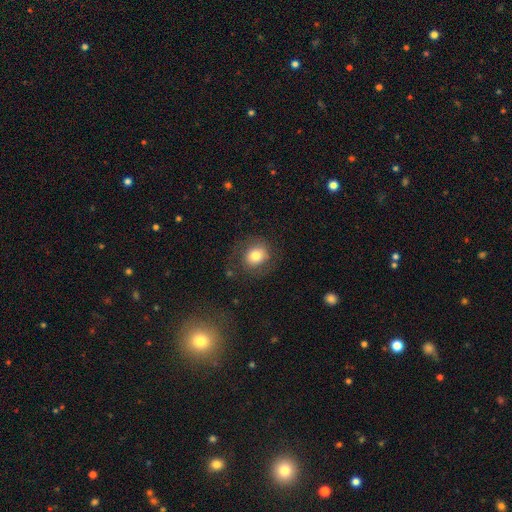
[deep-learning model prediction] Q: Smooth or featured?
A: smooth (70%); runner-up: featured or disk (20%)
Q: How rounded?
A: round (74%); runner-up: in between (25%)
Q: Merging?
A: none (73%); runner-up: minor disturbance (15%)